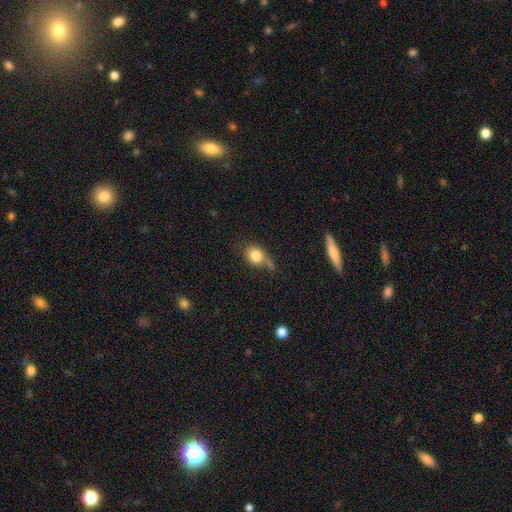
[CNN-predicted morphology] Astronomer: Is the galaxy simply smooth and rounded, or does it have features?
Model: smooth — 81%.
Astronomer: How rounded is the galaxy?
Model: round — 52% (runner-up: in between, 47%).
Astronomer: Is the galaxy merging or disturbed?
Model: none — 52%.